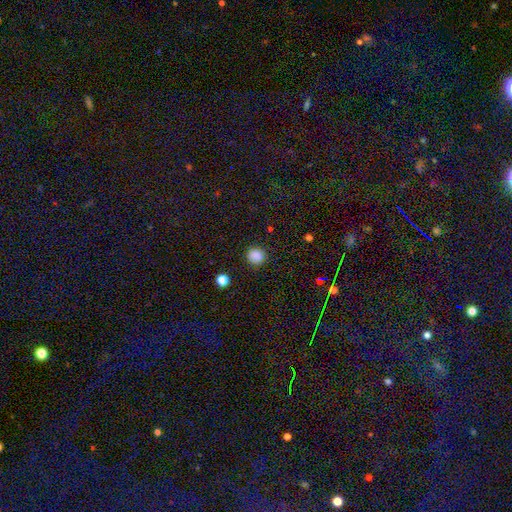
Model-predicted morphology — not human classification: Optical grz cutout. It shows a smooth galaxy with no disk features (86%) that is round (87%). Merging: none (88%).